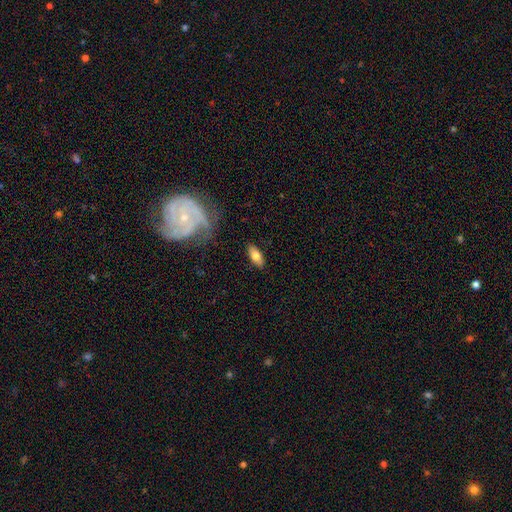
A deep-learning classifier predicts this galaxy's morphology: Smooth or featured? smooth (72%)
How rounded? in between (82%)
Merging? none (85%)